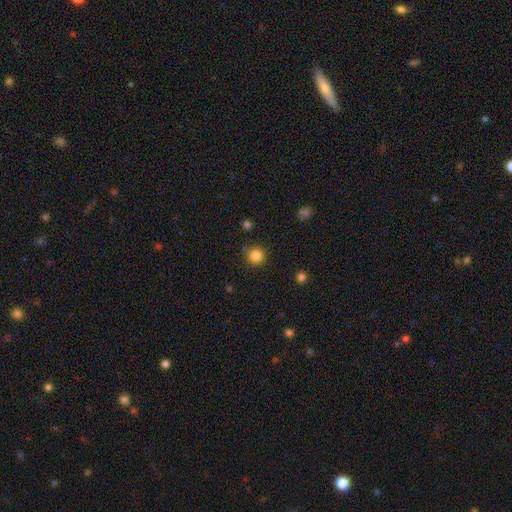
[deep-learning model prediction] smooth-or-featured: smooth: 84% | star or artifact: 12% | featured or disk: 4%
  how-rounded: round: 94% | in between: 5% | cigar-shaped: 1%
  merging: none: 87% | minor disturbance: 8% | major disturbance: 2% | merger: 2%